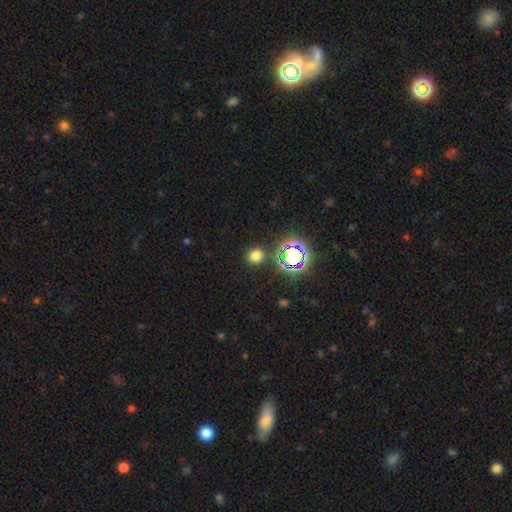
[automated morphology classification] Smooth or featured?
  - smooth: 70% *
  - star or artifact: 24%
  - featured or disk: 6%
How rounded?
  - round: 87% *
  - in between: 12%
  - cigar-shaped: 1%
Merging?
  - none: 87% *
  - minor disturbance: 7%
  - merger: 3%
  - major disturbance: 3%